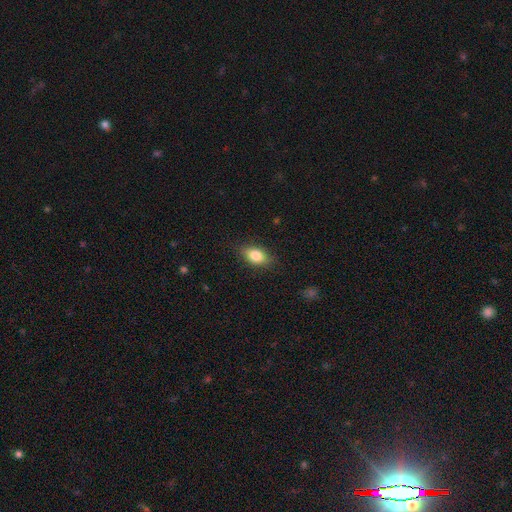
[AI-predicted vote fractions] A smooth galaxy with no disk features (83%) that is in between round and cigar-shaped (86%). Merging: none (83%).